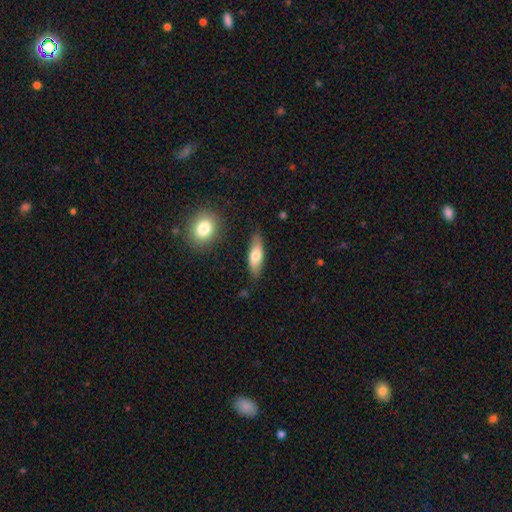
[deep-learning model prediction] Morphology: type=smooth (71%); roundness=in between (61%); merging=none (82%).